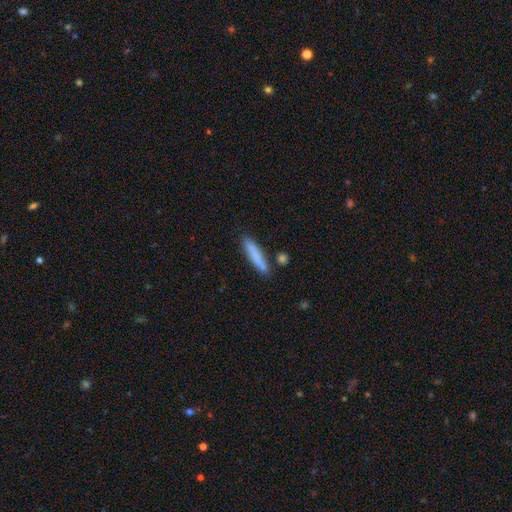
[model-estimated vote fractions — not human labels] Smooth or featured?
  - smooth: 81% *
  - featured or disk: 13%
  - star or artifact: 6%
How rounded?
  - cigar-shaped: 89% *
  - in between: 9%
  - round: 2%
Merging?
  - none: 78% *
  - minor disturbance: 13%
  - merger: 7%
  - major disturbance: 3%